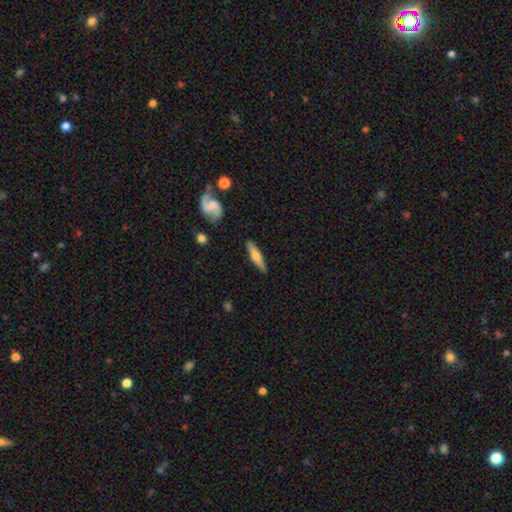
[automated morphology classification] Smooth or featured: smooth — 50% (featured or disk — 45%)
Merging: none — 86% (minor disturbance — 10%)